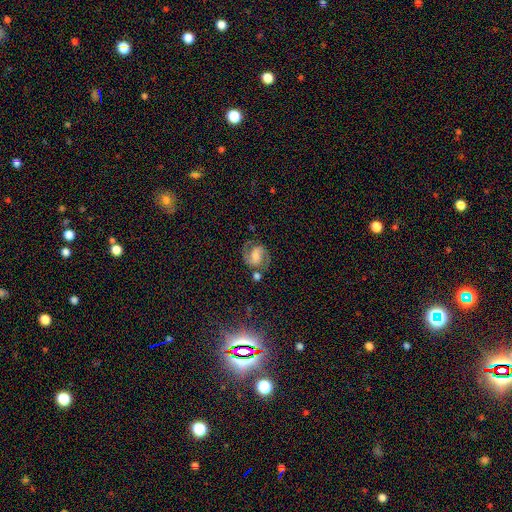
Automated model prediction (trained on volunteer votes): Smooth or featured: featured or disk — 84% (smooth — 9%)
Edge-on disk: no — 98% (yes — 2%)
Bar: weak — 46% (no — 32%)
Spiral arms: yes — 97% (no — 3%)
Spiral winding: medium — 59% (tight — 25%)
Spiral arm count: 2 — 93% (can't tell — 2%)
Bulge size: moderate — 43% (small — 32%)
Merging: none — 75% (minor disturbance — 13%)